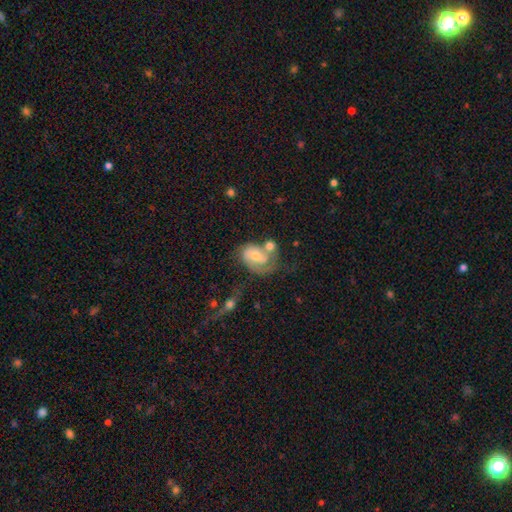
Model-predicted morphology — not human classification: smooth-or-featured: featured or disk: 62% | smooth: 31% | star or artifact: 7%
  disk-edge-on: no: 97% | yes: 3%
    bar: no: 60% | weak: 32% | strong: 8%
    has-spiral-arms: yes: 82% | no: 18%
    bulge-size: moderate: 56% | small: 34% | large: 6% | none: 4% | dominant: 1%
  merging: merger: 35% | none: 30% | minor disturbance: 18% | major disturbance: 17%